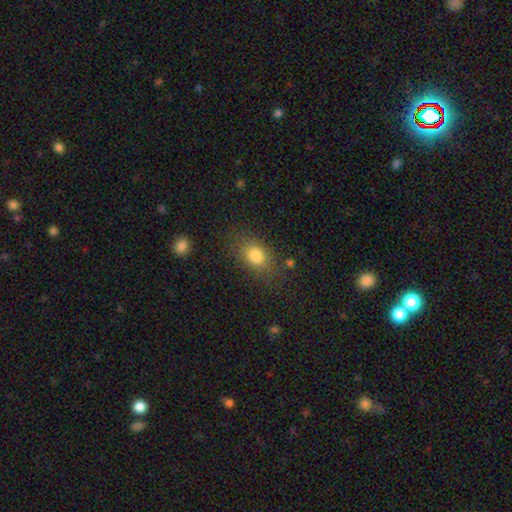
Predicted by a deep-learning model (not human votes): This appears to be a smooth galaxy with no disk features (81%) that is in between round and cigar-shaped (73%). Merging: none (76%).